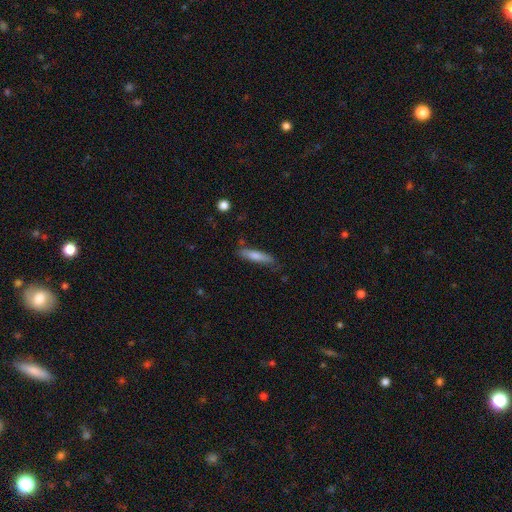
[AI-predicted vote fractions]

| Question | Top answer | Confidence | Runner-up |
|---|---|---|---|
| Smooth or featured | smooth | 72% | featured or disk (22%) |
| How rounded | cigar-shaped | 83% | in between (16%) |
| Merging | none | 74% | minor disturbance (19%) |